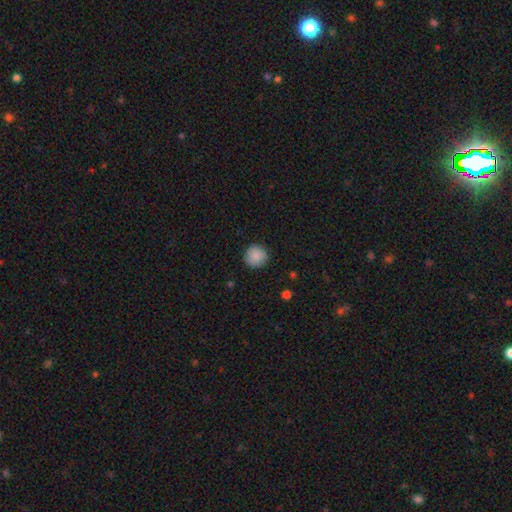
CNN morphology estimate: The model was most divided on "smooth or featured": smooth: 89%, star or artifact: 8%, featured or disk: 3%. More confident: how rounded — round (94%); merging — none (89%).